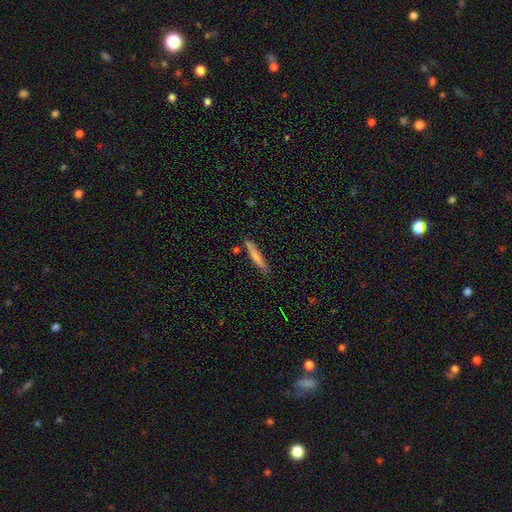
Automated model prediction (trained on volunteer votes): smooth-or-featured: smooth: 75% | featured or disk: 18% | star or artifact: 6%
  how-rounded: cigar-shaped: 93% | in between: 6% | round: 1%
  merging: none: 81% | minor disturbance: 12% | merger: 4% | major disturbance: 2%